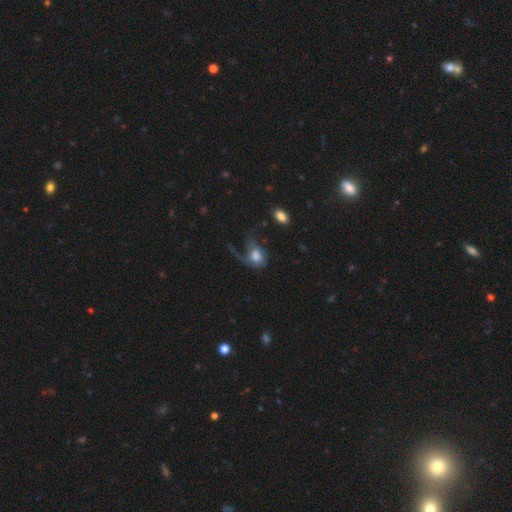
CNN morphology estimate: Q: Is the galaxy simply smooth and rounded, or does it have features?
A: smooth — 58%.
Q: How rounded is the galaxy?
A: in between — 59%.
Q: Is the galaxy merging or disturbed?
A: major disturbance — 57%.